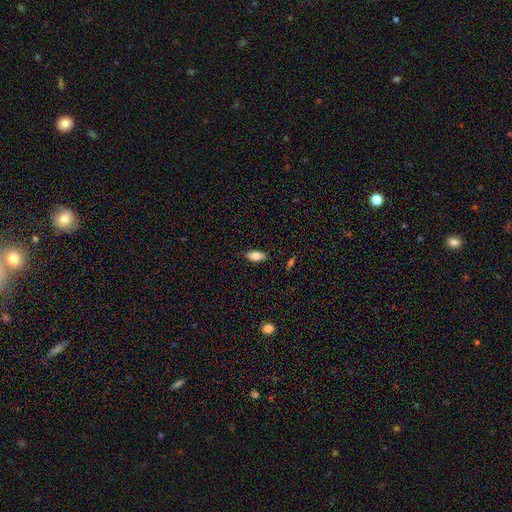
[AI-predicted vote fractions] This is clearly a smooth galaxy (80%). How rounded: clearly in between (89%). Merging: clearly none (87%).